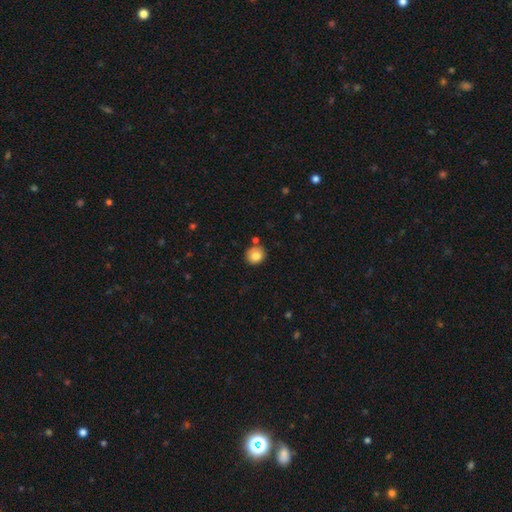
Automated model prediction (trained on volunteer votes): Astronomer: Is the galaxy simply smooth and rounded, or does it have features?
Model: smooth — 82%.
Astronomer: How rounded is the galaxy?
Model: round — 84%.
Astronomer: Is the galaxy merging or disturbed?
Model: none — 79%.